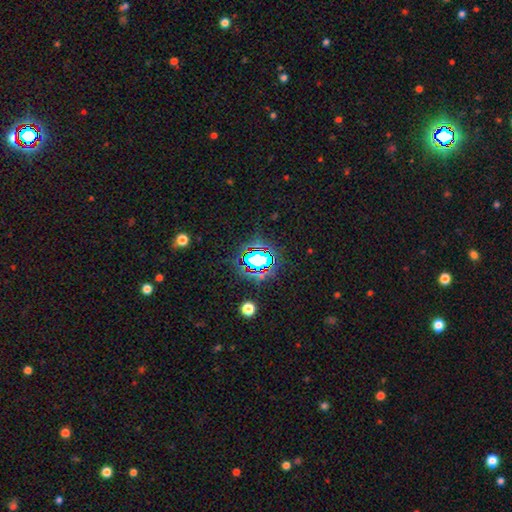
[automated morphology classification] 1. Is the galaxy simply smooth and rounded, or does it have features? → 65% star or artifact, 21% smooth, 14% featured or disk.